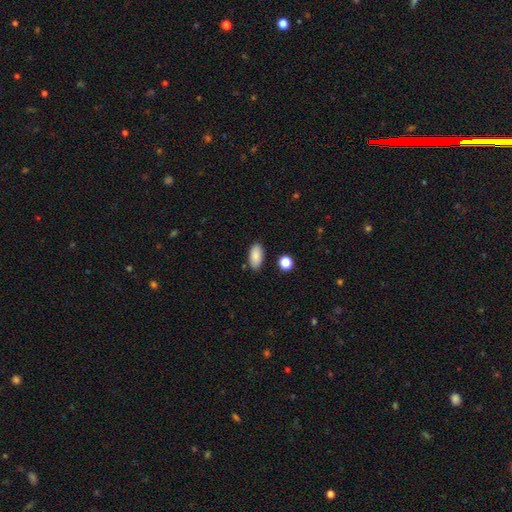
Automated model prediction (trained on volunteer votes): Smooth or featured? smooth (87%)
How rounded? in between (92%)
Merging? none (85%)